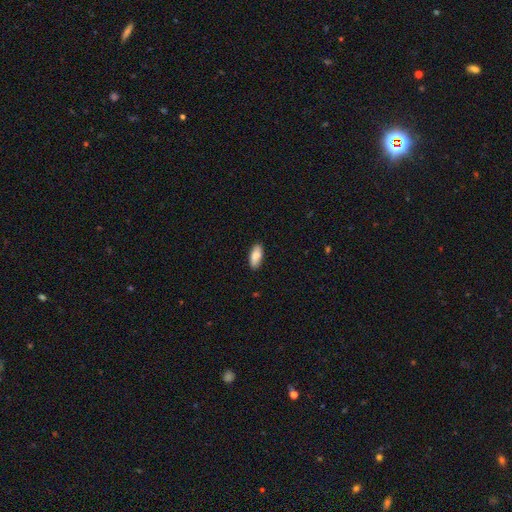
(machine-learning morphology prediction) Q: Smooth or featured?
A: smooth (86%); runner-up: featured or disk (8%)
Q: How rounded?
A: in between (86%); runner-up: cigar-shaped (11%)
Q: Merging?
A: none (88%); runner-up: minor disturbance (9%)